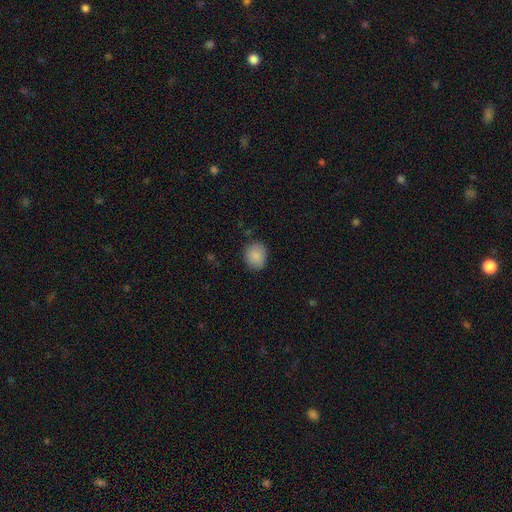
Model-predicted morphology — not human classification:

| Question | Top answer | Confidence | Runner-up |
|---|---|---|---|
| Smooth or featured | smooth | 87% | star or artifact (8%) |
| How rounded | round | 67% | in between (32%) |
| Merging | none | 84% | minor disturbance (12%) |